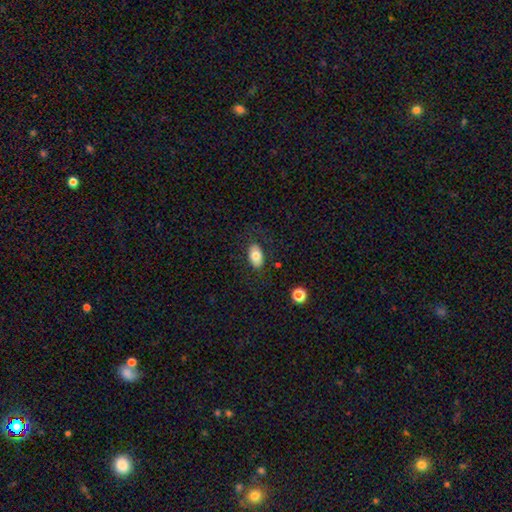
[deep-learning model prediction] Q: Smooth or featured?
A: smooth (77%); runner-up: featured or disk (15%)
Q: How rounded?
A: in between (91%); runner-up: round (7%)
Q: Merging?
A: none (82%); runner-up: minor disturbance (12%)